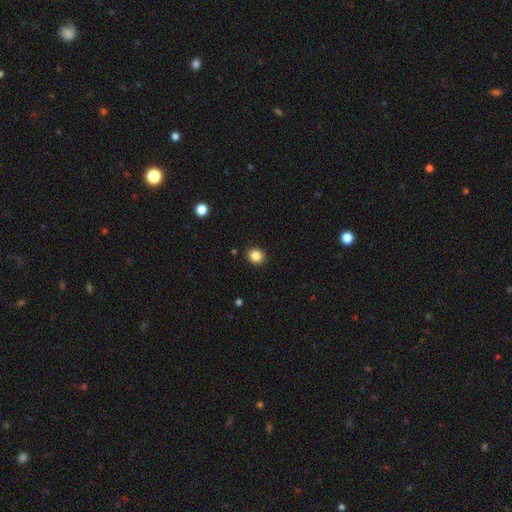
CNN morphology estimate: Smooth or featured: smooth — 86% (star or artifact — 10%)
How rounded: round — 78% (in between — 21%)
Merging: none — 90% (minor disturbance — 7%)